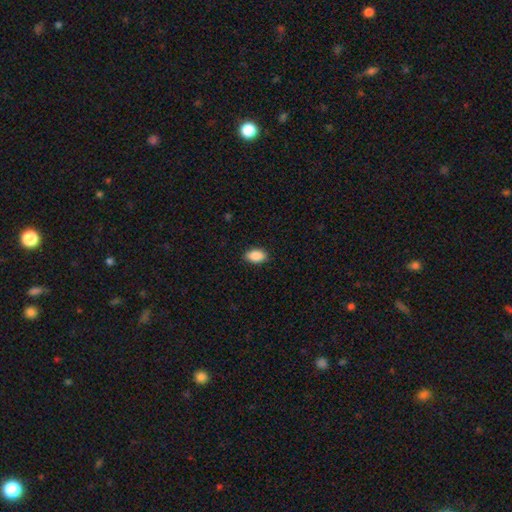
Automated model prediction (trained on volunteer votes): The model was most divided on "merging": none: 88%, minor disturbance: 9%, major disturbance: 2%, merger: 1%. More confident: how rounded — in between (91%); smooth or featured — smooth (89%).